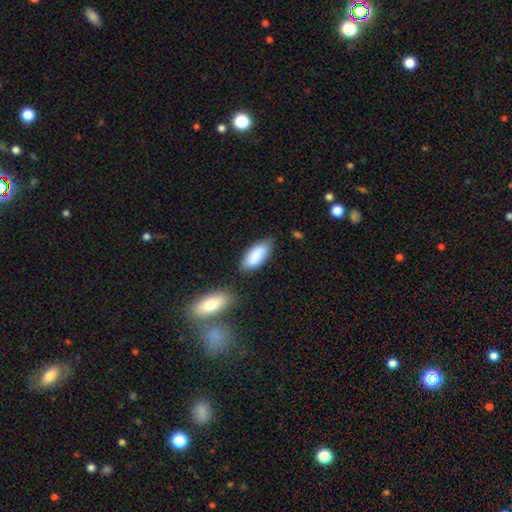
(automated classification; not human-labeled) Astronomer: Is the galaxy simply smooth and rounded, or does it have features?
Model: smooth — 87%.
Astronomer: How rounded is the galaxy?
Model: in between — 85%.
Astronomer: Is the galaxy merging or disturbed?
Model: none — 71%.